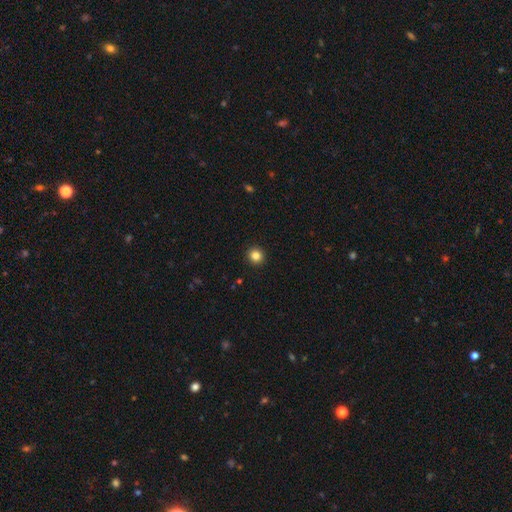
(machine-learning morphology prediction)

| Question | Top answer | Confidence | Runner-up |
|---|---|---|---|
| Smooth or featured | smooth | 84% | star or artifact (11%) |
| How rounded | round | 93% | in between (6%) |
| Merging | none | 93% | minor disturbance (4%) |